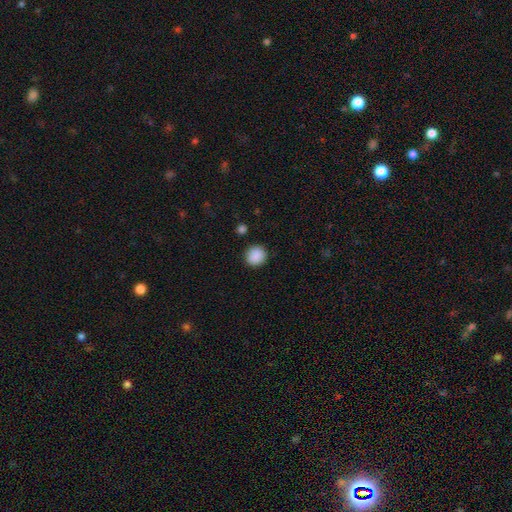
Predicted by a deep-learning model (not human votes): smooth-or-featured: smooth: 89% | star or artifact: 8% | featured or disk: 3%
  how-rounded: round: 90% | in between: 9% | cigar-shaped: 1%
  merging: none: 89% | minor disturbance: 7% | major disturbance: 2% | merger: 2%